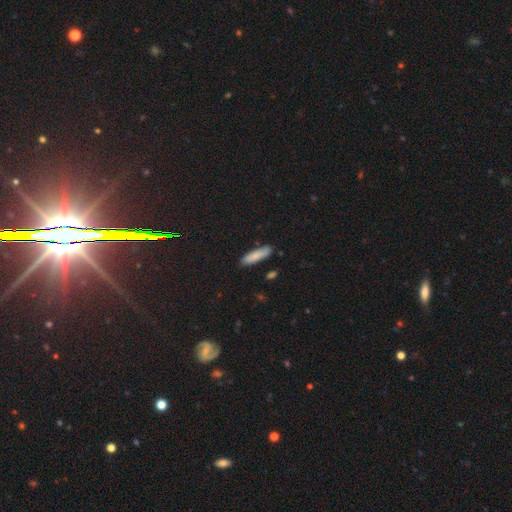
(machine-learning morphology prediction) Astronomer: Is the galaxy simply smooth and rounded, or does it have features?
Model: smooth — 83%.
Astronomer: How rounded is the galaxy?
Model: cigar-shaped — 66%.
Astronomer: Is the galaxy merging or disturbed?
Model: none — 84%.